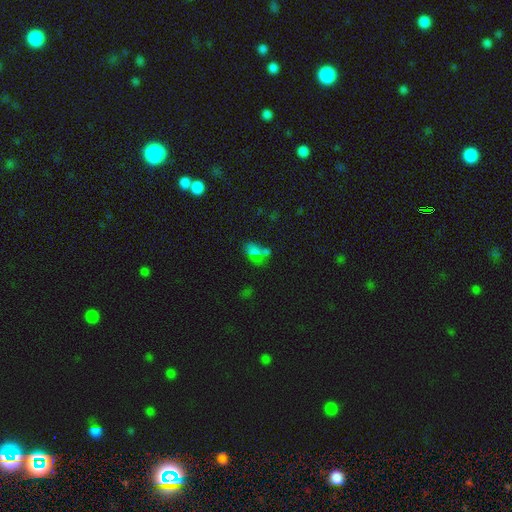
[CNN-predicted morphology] smooth 51%, star or artifact 38%, featured or disk 11%. Down the decision tree: how rounded — in between (83%); merging — none (48%).